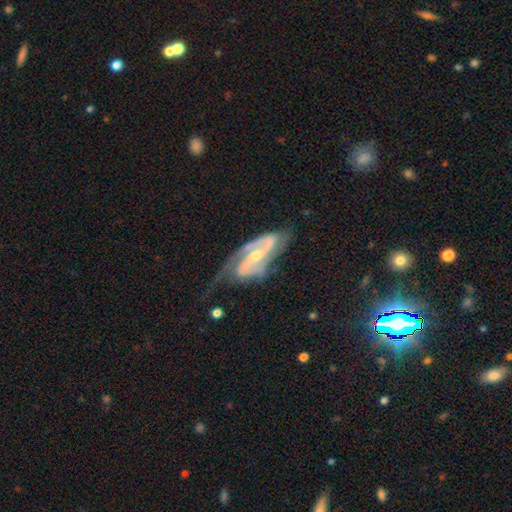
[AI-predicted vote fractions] featured or disk 90%, smooth 5%, star or artifact 5%. Down the decision tree: edge-on disk — no (95%); bar — weak (38%); spiral arms — yes (98%); spiral arm count — 2 (88%); spiral winding — medium (50%); bulge size — moderate (49%); merging — none (56%).